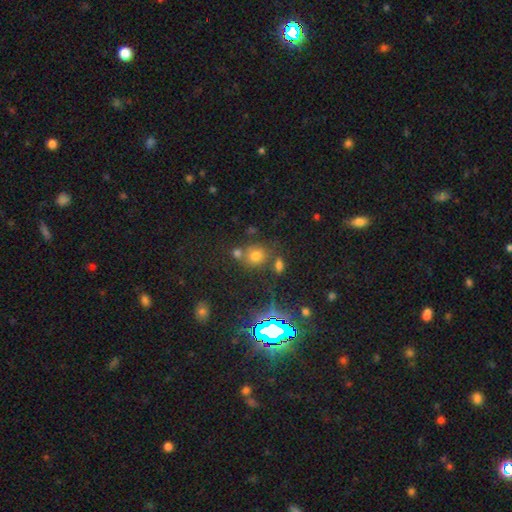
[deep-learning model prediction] A smooth galaxy with no disk features (60%) that is round (78%).

Vote fractions:
- Smooth or featured? smooth: 60% / star or artifact: 29% / featured or disk: 11%
- How rounded? round: 78% / in between: 21% / cigar-shaped: 1%
- Merging? none: 61% / merger: 24% / minor disturbance: 10% / major disturbance: 5%